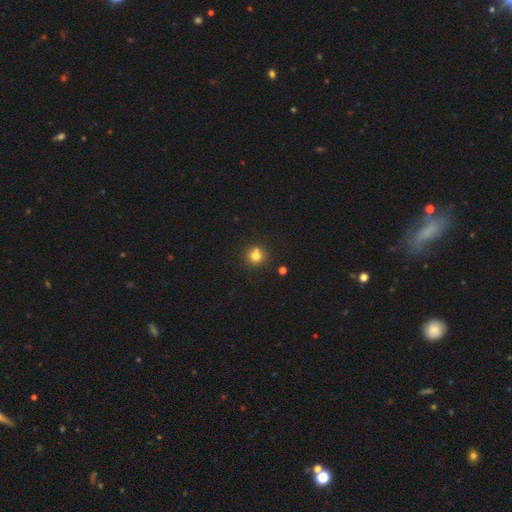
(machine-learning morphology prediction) type=smooth (77%); roundness=round (91%); merging=none (72%).